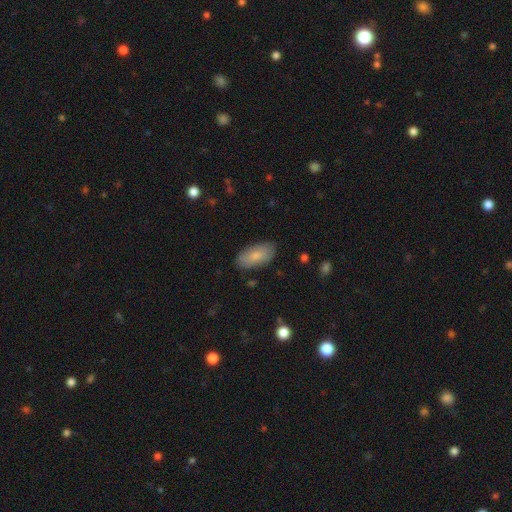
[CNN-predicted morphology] This appears to be a smooth galaxy with no disk features (81%) that is in between round and cigar-shaped (92%). Merging: none (84%).